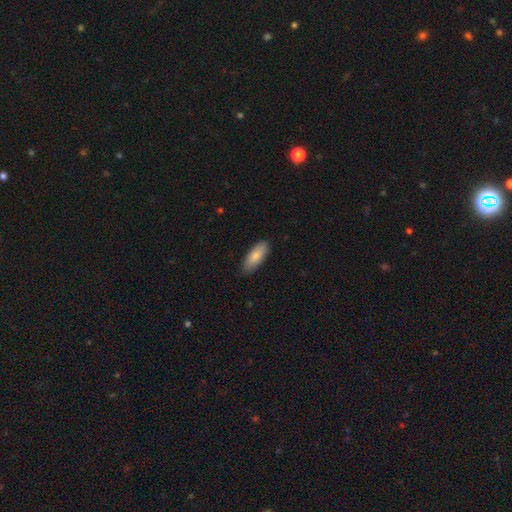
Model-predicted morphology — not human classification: This is clearly a smooth galaxy (84%). How rounded: likely in between (76%). Merging: clearly none (83%).